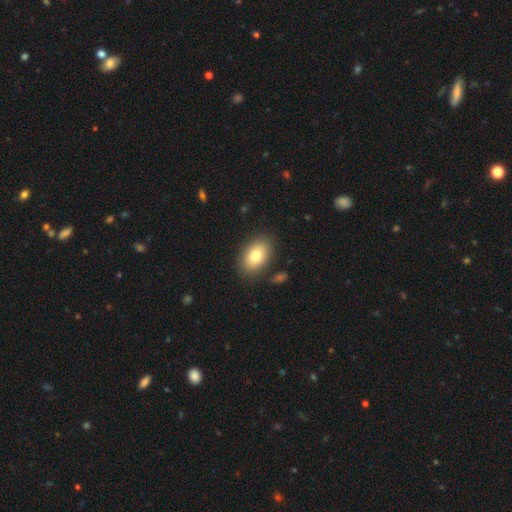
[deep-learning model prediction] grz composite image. It shows a smooth galaxy with no disk features (78%) that is in between round and cigar-shaped (85%). Merging: none (83%).